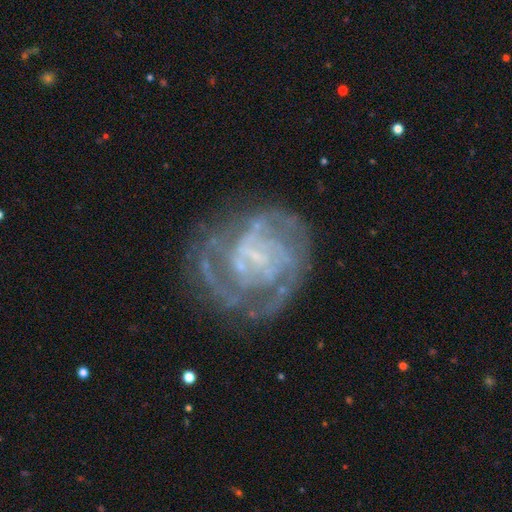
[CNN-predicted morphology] Smooth or featured: featured or disk — 83% (smooth — 9%)
Edge-on disk: no — 98% (yes — 2%)
Bar: weak — 43% (tied with no — 43%)
Spiral arms: yes — 83% (no — 17%)
Spiral winding: tight — 54% (medium — 34%)
Spiral arm count: can't tell — 40% (2 — 20%)
Bulge size: none — 47% (small — 41%)
Merging: none — 62% (major disturbance — 18%)